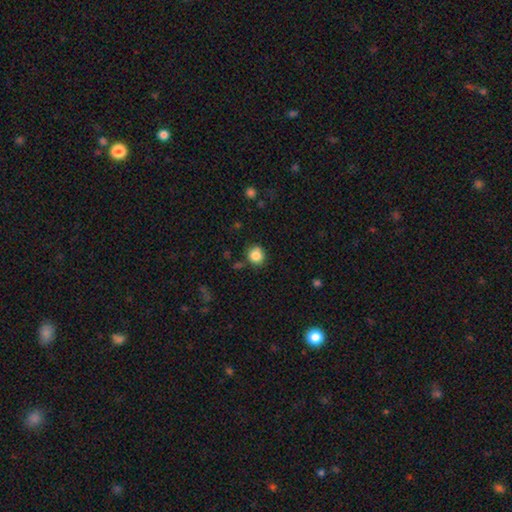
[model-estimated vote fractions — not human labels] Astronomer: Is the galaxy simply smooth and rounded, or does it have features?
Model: smooth — 84%.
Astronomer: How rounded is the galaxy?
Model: round — 87%.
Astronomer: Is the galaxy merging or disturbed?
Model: none — 81%.